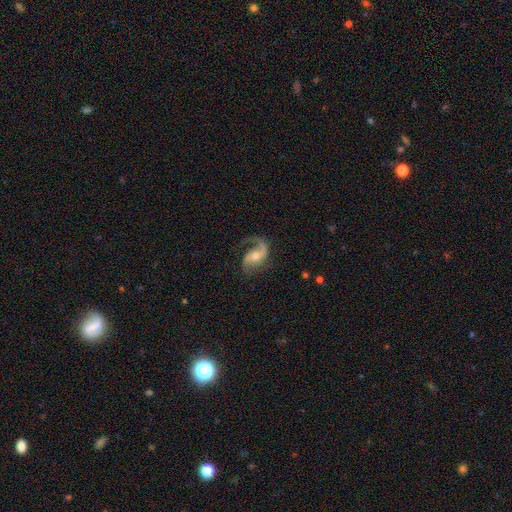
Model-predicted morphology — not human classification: Q: Smooth or featured?
A: featured or disk (85%); runner-up: smooth (10%)
Q: Edge-on disk?
A: no (97%); runner-up: yes (3%)
Q: Bar?
A: no (46%); runner-up: weak (41%)
Q: Spiral arms?
A: yes (96%); runner-up: no (4%)
Q: Spiral winding?
A: loose (54%); runner-up: medium (37%)
Q: Spiral arm count?
A: 2 (70%); runner-up: 1 (24%)
Q: Bulge size?
A: moderate (59%); runner-up: small (29%)
Q: Merging?
A: none (58%); runner-up: major disturbance (20%)